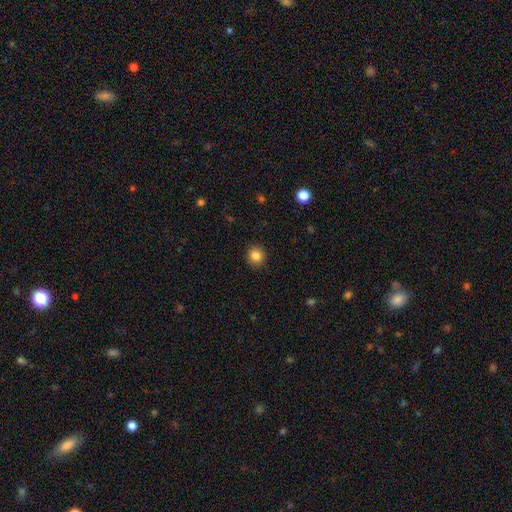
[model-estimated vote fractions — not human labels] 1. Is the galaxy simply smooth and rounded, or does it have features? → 84% smooth, 11% star or artifact, 5% featured or disk.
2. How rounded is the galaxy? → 91% round, 8% in between, 1% cigar-shaped.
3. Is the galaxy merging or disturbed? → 92% none, 5% minor disturbance, 2% major disturbance, 1% merger.